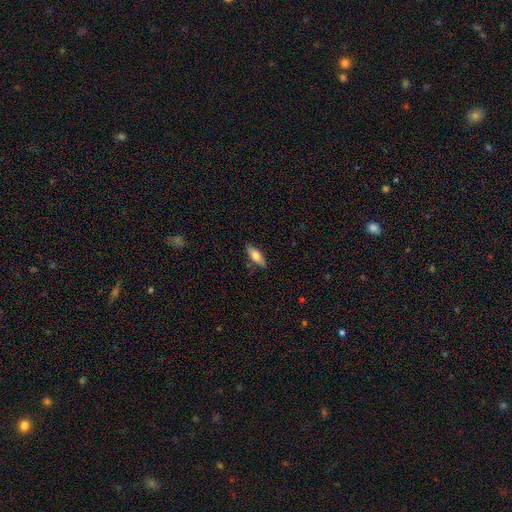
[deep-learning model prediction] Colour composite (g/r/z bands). It shows a smooth galaxy with no disk features (67%) that is in between round and cigar-shaped (63%). Merging: none (81%).